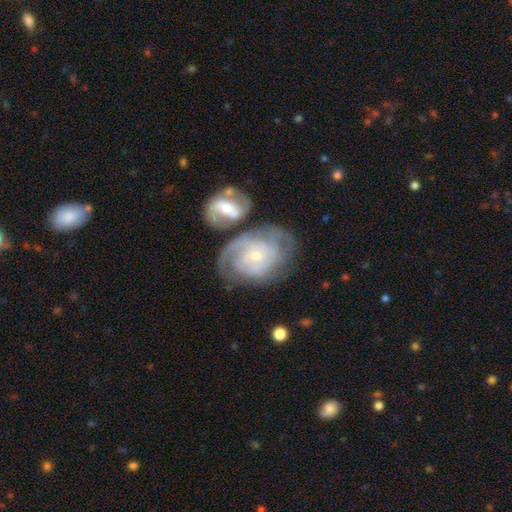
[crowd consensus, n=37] Volunteers were most divided on "spiral arm count": can't tell: 39%, 2: 29%, 3: 25%, 4: 7%, 1: 0%, more than 4: 0%. More confident: edge-on disk — no (100%); spiral arms — yes (93%); smooth or featured — featured or disk (81%); bulge size — small (67%); spiral winding — tight (64%); bar — no (60%); merging — none (56%).